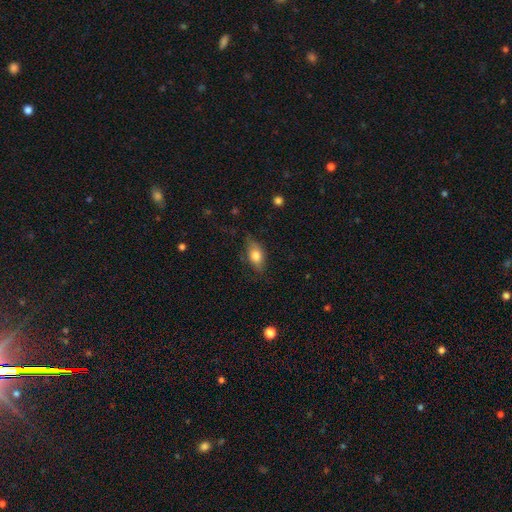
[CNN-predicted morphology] This is likely a smooth galaxy (73%). How rounded: clearly in between (83%). Merging: likely none (69%).